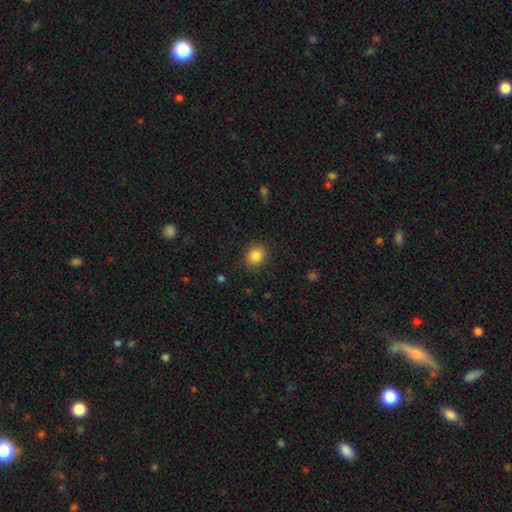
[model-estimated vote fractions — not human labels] smooth_or_featured: smooth (p=0.86) [alt: star or artifact p=0.10]
how_rounded: round (p=0.74) [alt: in between p=0.25]
merging: none (p=0.88) [alt: minor disturbance p=0.08]